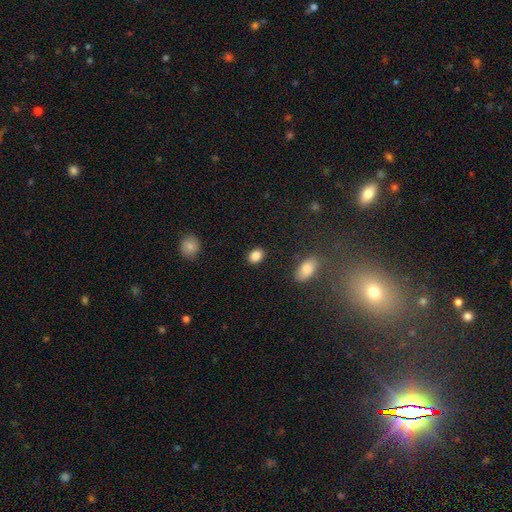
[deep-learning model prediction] smooth 86%, star or artifact 9%, featured or disk 5%. Down the decision tree: how rounded — in between (67%); merging — none (87%).